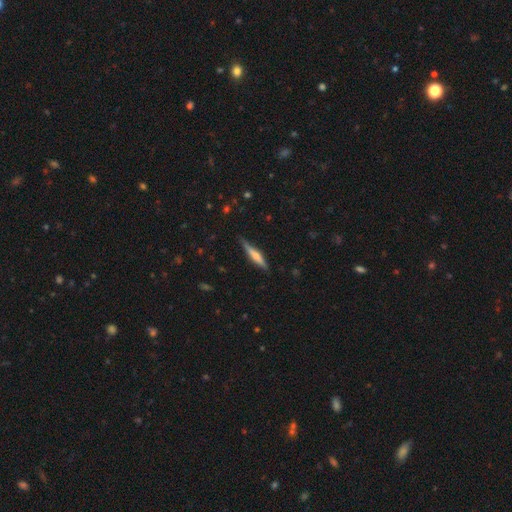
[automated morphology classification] Smooth or featured? Predicted: featured or disk (p=0.49). Merging? Predicted: none (p=0.79).